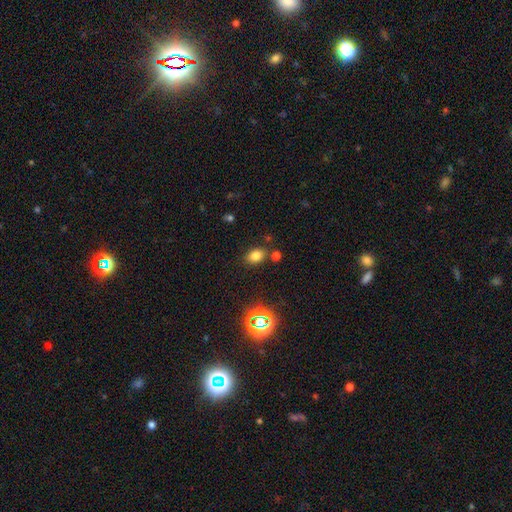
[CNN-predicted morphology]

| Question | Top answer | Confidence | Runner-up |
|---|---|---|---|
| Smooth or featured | smooth | 76% | star or artifact (17%) |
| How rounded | in between | 72% | round (27%) |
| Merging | none | 79% | minor disturbance (10%) |